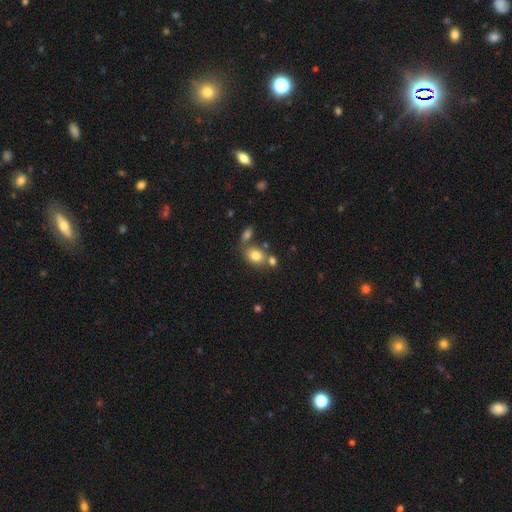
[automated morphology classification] Smooth or featured? smooth (79%)
How rounded? in between (58%)
Merging? none (52%)